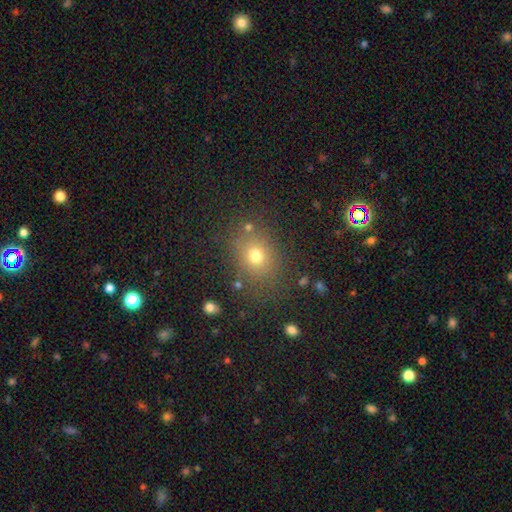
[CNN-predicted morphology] Smooth or featured? smooth (72%)
How rounded? round (55%)
Merging? none (79%)